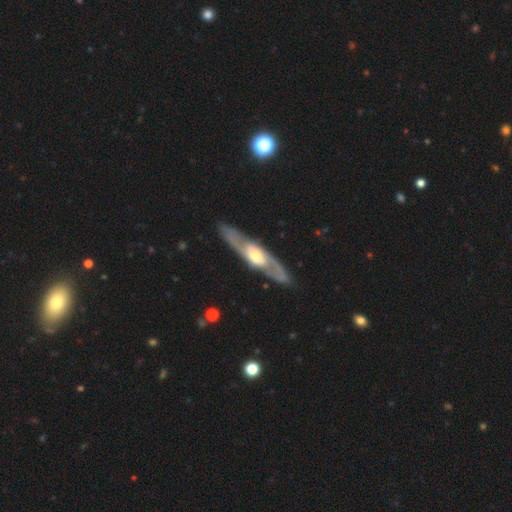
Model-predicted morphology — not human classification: A featured or disk galaxy (79%) with no bar (60%), spiral arms (79%) and a moderate central bulge (63%). Merging: none (86%).